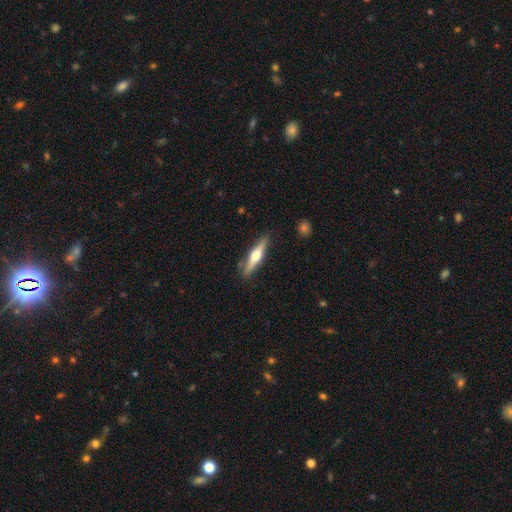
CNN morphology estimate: Q: Smooth or featured?
A: featured or disk (59%); runner-up: smooth (35%)
Q: Edge-on disk?
A: yes (96%); runner-up: no (4%)
Q: Edge-on bulge?
A: rounded (93%); runner-up: boxy (4%)
Q: Merging?
A: none (86%); runner-up: minor disturbance (10%)